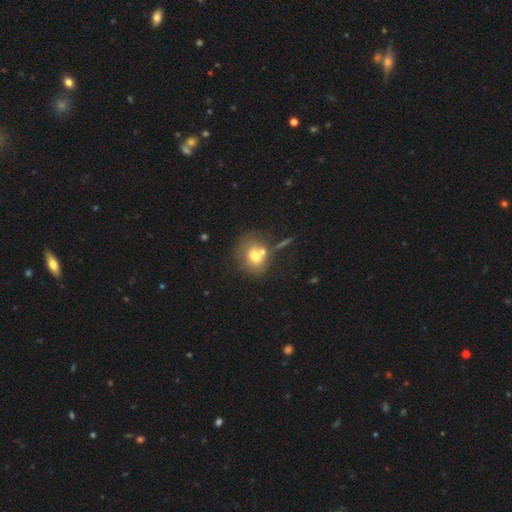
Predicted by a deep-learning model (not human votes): Smooth or featured? Predicted: smooth (p=0.69). How rounded? Predicted: round (p=0.67). Merging? Predicted: none (p=0.52).